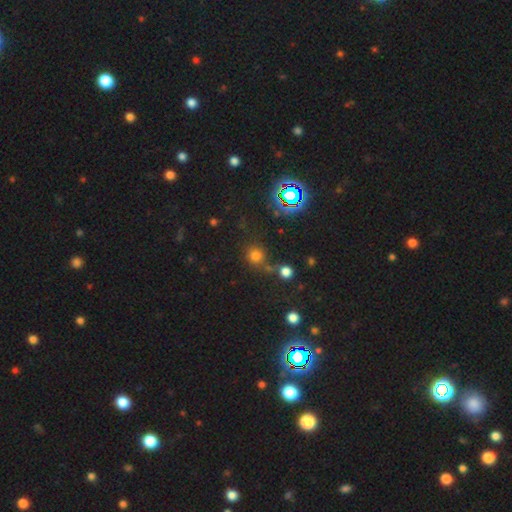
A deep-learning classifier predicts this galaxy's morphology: Smooth or featured: smooth — 65% (star or artifact — 28%)
How rounded: round — 88% (in between — 11%)
Merging: none — 66% (merger — 16%)